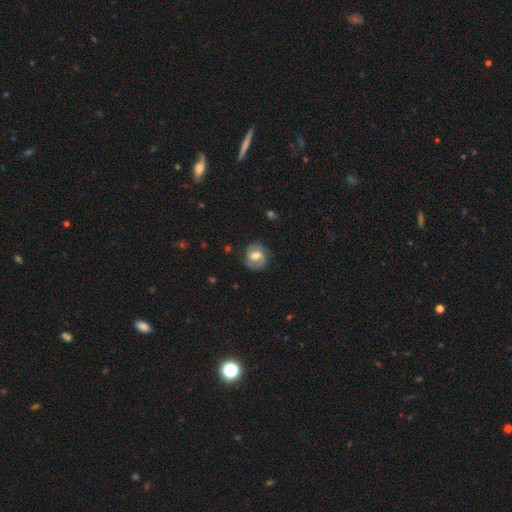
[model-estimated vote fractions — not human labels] This is possibly a featured or disk galaxy (56%). It is clearly not viewed edge-on (97%). Bar: possibly weak (48%). Spiral arm pattern: clearly yes (80%). Central bulge: possibly moderate (53%). Merging: likely none (75%).